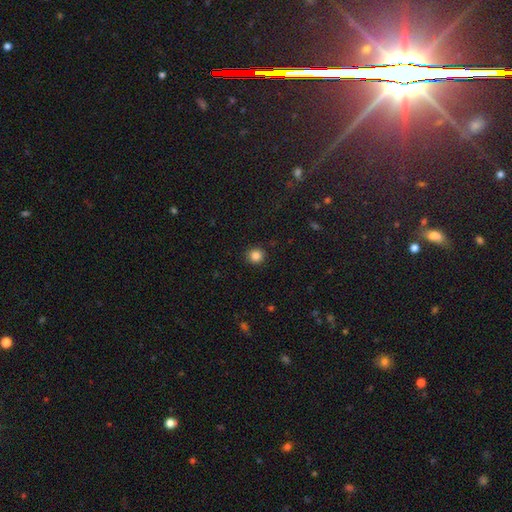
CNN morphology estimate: A smooth galaxy with no disk features (86%) that is round (92%).

Vote fractions:
- Smooth or featured? smooth: 86% / star or artifact: 11% / featured or disk: 3%
- How rounded? round: 92% / in between: 7% / cigar-shaped: 1%
- Merging? none: 91% / minor disturbance: 6% / major disturbance: 2% / merger: 1%